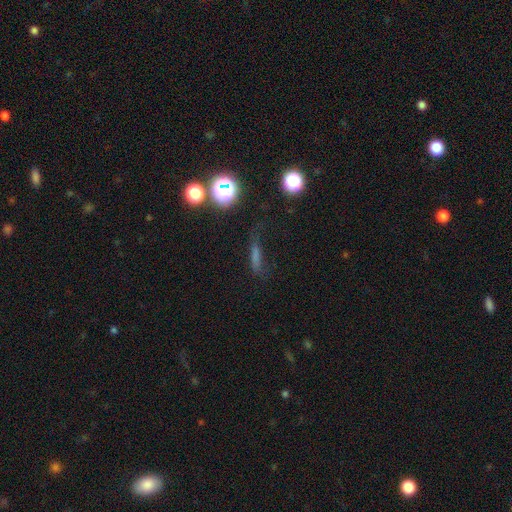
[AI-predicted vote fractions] Smooth or featured: smooth — 51% (star or artifact — 28%)
How rounded: cigar-shaped — 69% (in between — 19%)
Merging: none — 60% (minor disturbance — 20%)